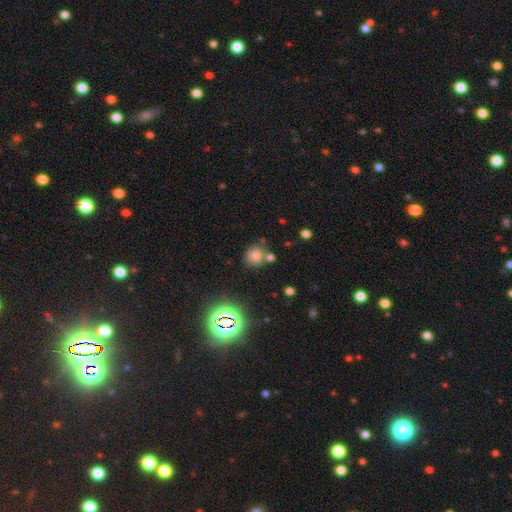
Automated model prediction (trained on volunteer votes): This is likely a smooth galaxy (71%). How rounded: clearly round (83%). Merging: likely none (67%).